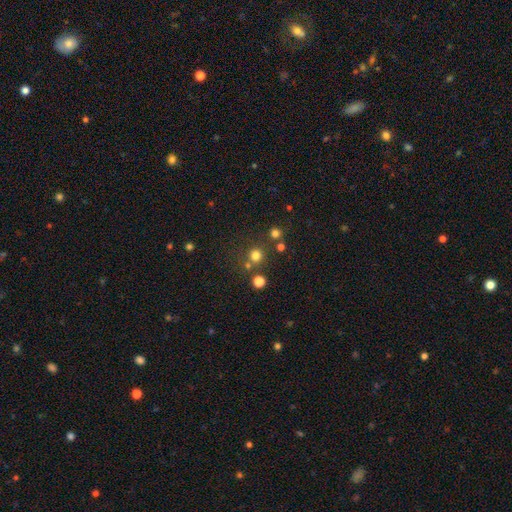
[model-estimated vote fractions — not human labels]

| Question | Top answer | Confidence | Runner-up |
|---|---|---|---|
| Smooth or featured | smooth | 73% | star or artifact (20%) |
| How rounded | round | 93% | in between (6%) |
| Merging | none | 76% | merger (14%) |